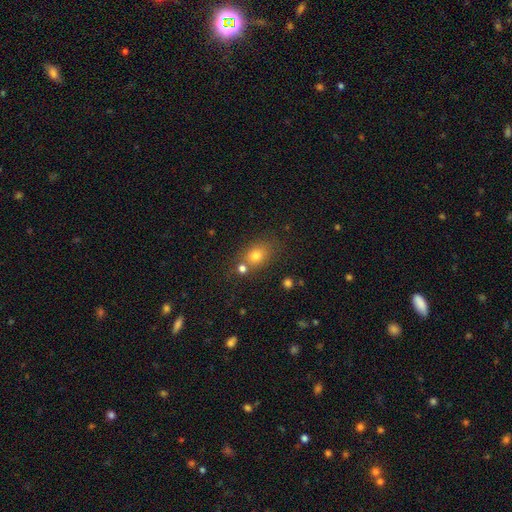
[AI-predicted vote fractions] Smooth or featured: smooth — 75% (star or artifact — 13%)
How rounded: in between — 60% (round — 39%)
Merging: none — 62% (merger — 20%)